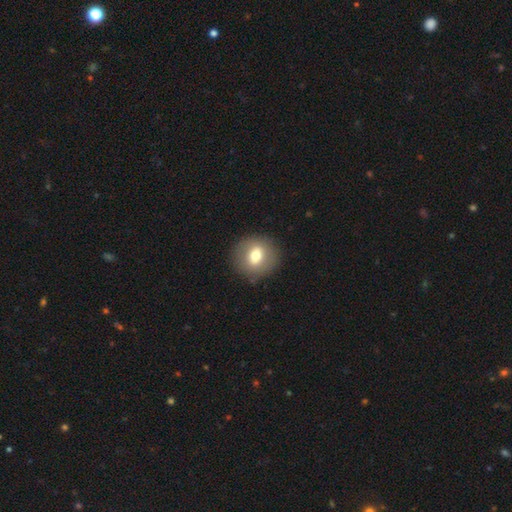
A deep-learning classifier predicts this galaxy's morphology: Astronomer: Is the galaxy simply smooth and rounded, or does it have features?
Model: smooth — 67%.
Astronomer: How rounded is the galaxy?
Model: round — 80%.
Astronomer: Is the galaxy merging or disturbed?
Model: none — 88%.